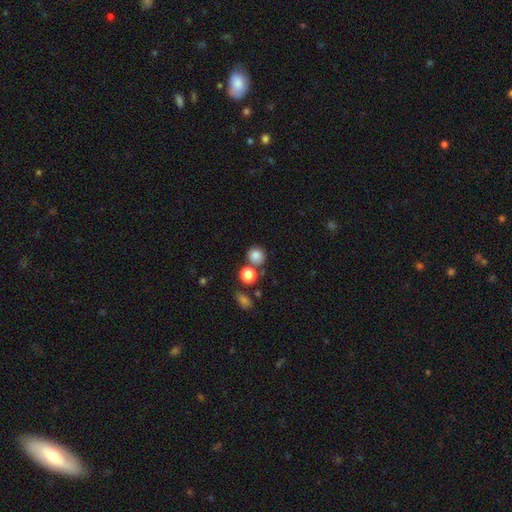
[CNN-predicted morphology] This is clearly a smooth galaxy (83%). How rounded: clearly round (84%). Merging: likely none (65%).